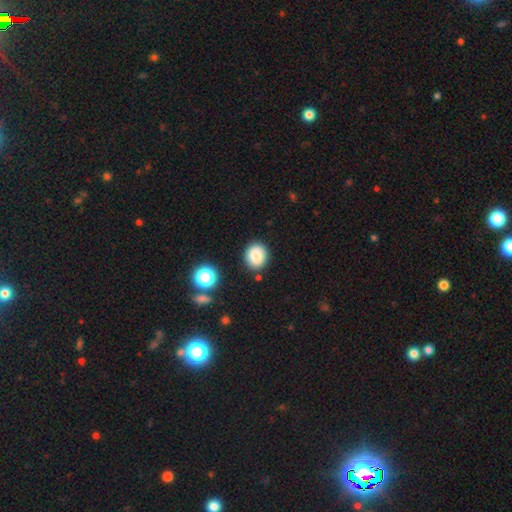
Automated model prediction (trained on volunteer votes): Smooth or featured? Predicted: smooth (p=0.83). How rounded? Predicted: round (p=0.68). Merging? Predicted: none (p=0.84).